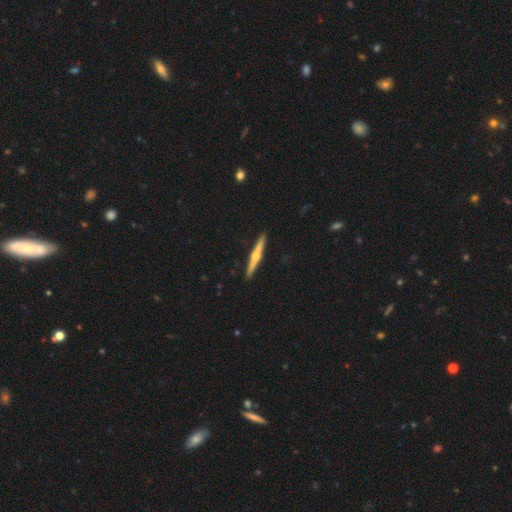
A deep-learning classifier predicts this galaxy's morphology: The model was most divided on "smooth or featured": featured or disk: 73%, smooth: 22%, star or artifact: 5%. More confident: edge-on disk — yes (98%); merging — none (92%); edge-on bulge — rounded (92%).